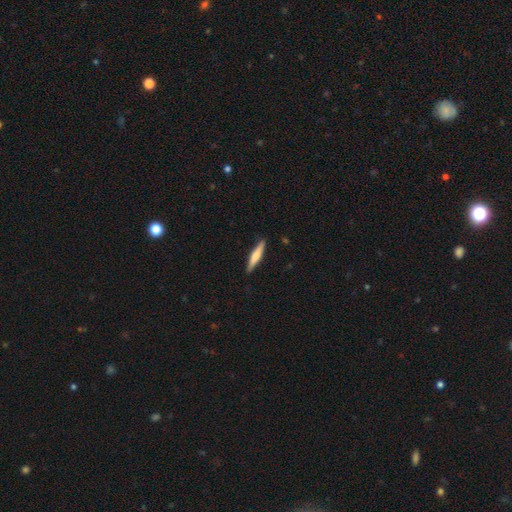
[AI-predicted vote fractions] A smooth galaxy with no disk features (53%) that is cigar-shaped (88%). Merging: none (89%).